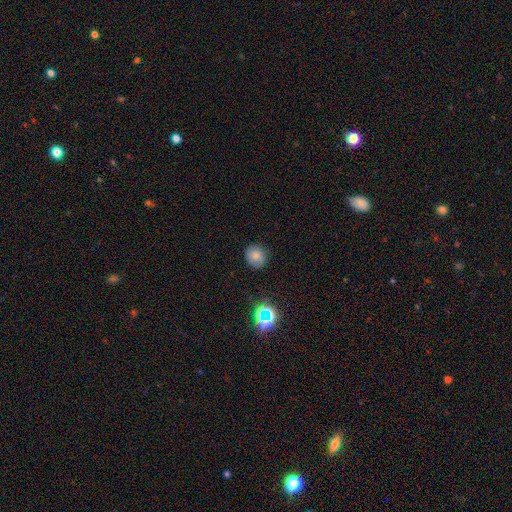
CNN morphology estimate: A smooth galaxy with no disk features (75%) that is round (82%). Merging: none (85%).